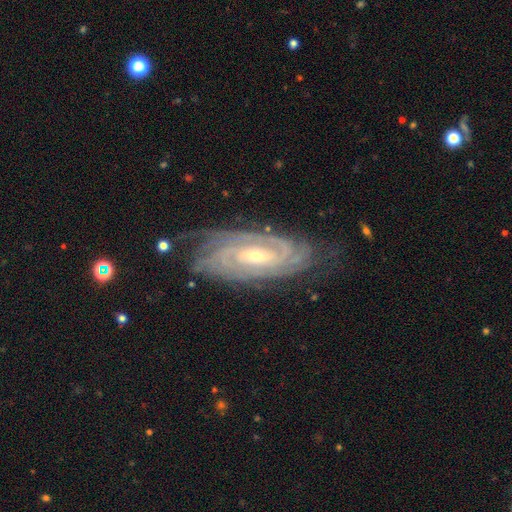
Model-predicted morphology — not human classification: Overall: featured or disk (90%). Edge-on disk: no (93%). Bar: weak (41%; no 37%). Spiral arms: yes (98%). Spiral arm count: can't tell (23%; 2 22%). Spiral winding: tight (80%). Bulge size: small (54%; moderate 42%). Merging: none (78%).